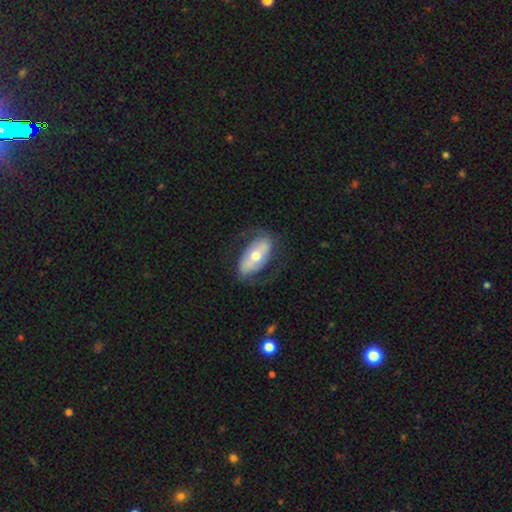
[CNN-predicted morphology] Smooth or featured: featured or disk — 57% (smooth — 38%)
Edge-on disk: no — 87% (yes — 13%)
Merging: none — 70% (minor disturbance — 17%)